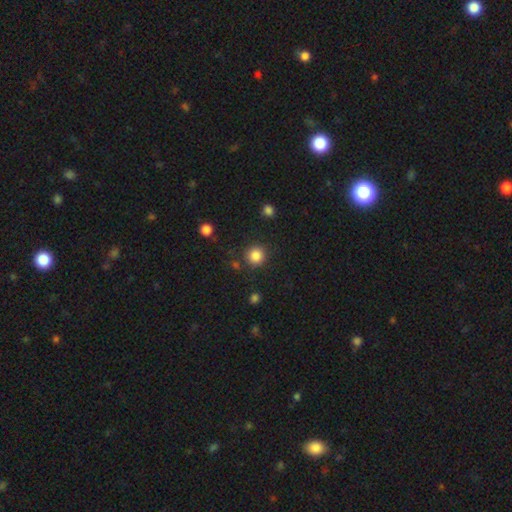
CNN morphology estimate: smooth-or-featured: smooth: 85% | star or artifact: 11% | featured or disk: 4%
  how-rounded: round: 93% | in between: 6% | cigar-shaped: 1%
  merging: none: 87% | minor disturbance: 7% | merger: 3% | major disturbance: 3%